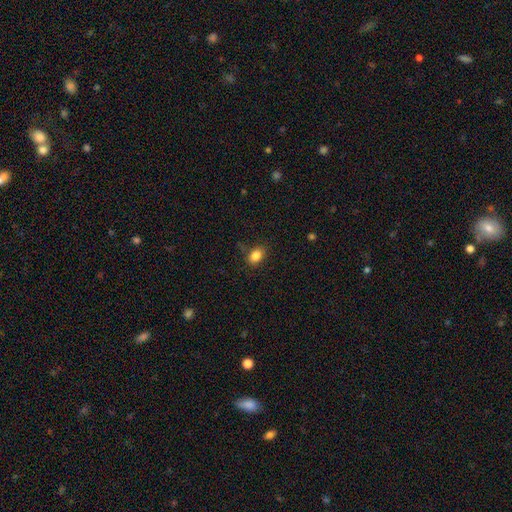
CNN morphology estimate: smooth_or_featured: smooth (p=0.84) [alt: star or artifact p=0.10]
how_rounded: in between (p=0.74) [alt: round p=0.24]
merging: none (p=0.80) [alt: minor disturbance p=0.14]